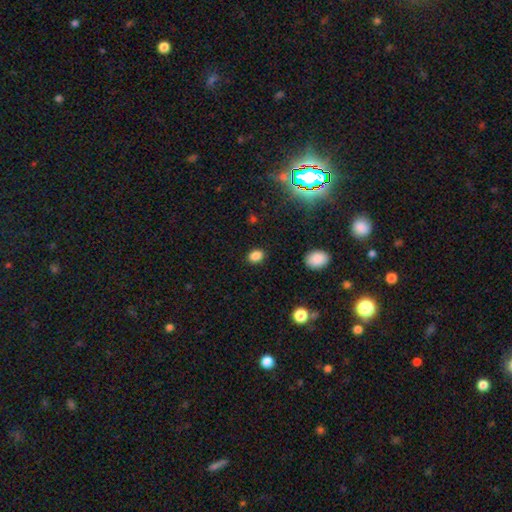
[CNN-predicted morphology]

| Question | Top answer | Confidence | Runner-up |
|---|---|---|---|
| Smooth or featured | smooth | 84% | star or artifact (12%) |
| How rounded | in between | 65% | round (34%) |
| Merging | none | 88% | minor disturbance (8%) |